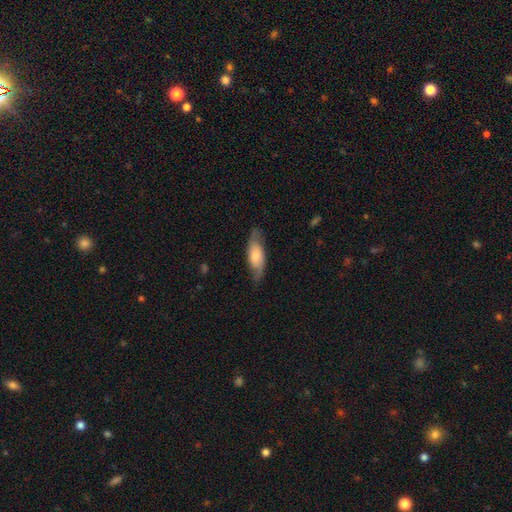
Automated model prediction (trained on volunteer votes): This is possibly a smooth galaxy (48%). Merging: likely none (73%).